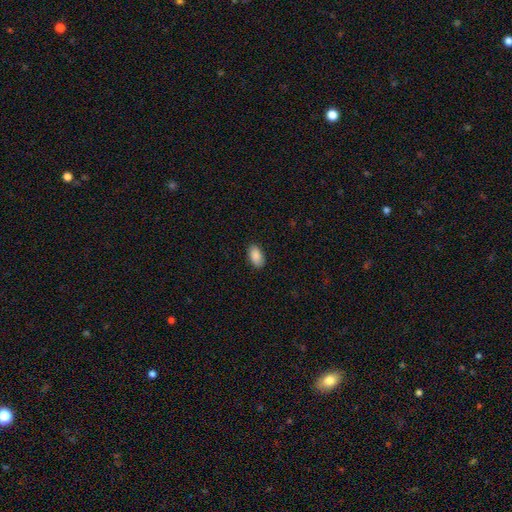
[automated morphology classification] This is clearly a smooth galaxy (90%). How rounded: clearly in between (95%). Merging: clearly none (89%).